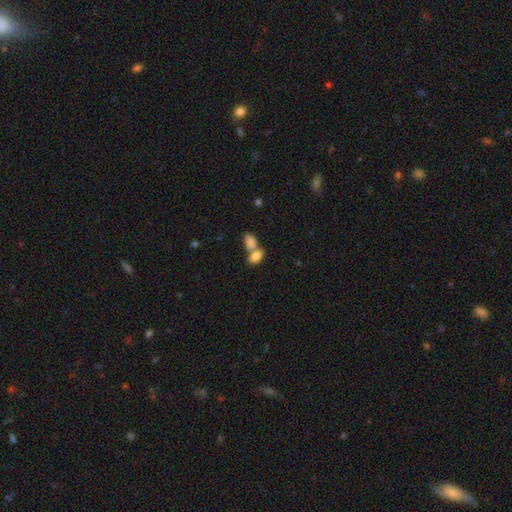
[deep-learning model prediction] Overall: smooth (83%). How rounded: in between (90%). Merging: merger (60%; none 29%).